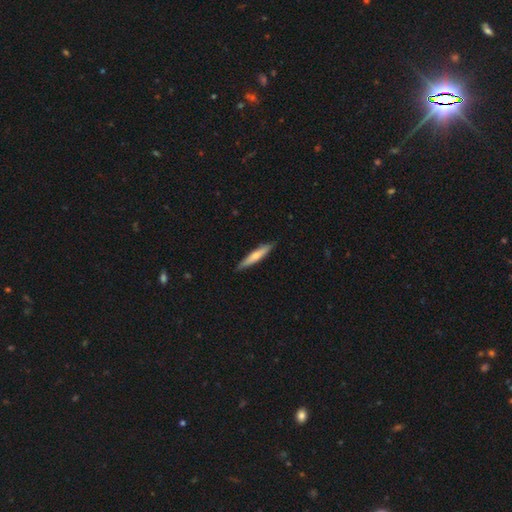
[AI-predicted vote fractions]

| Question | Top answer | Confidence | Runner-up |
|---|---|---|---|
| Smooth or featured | smooth | 62% | featured or disk (33%) |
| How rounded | cigar-shaped | 90% | in between (9%) |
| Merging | none | 88% | minor disturbance (10%) |